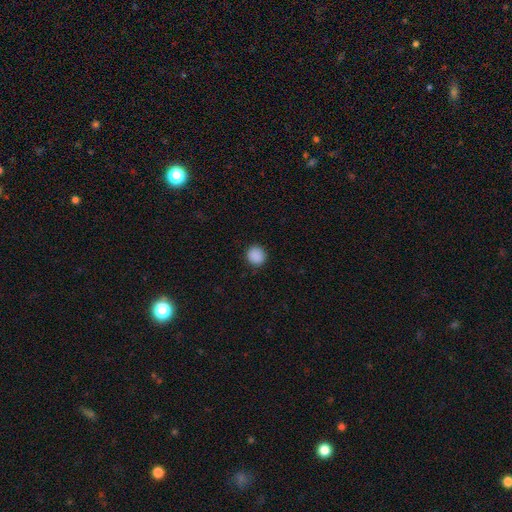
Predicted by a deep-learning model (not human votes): A smooth galaxy with no disk features (89%) that is round (88%). Merging: none (91%).